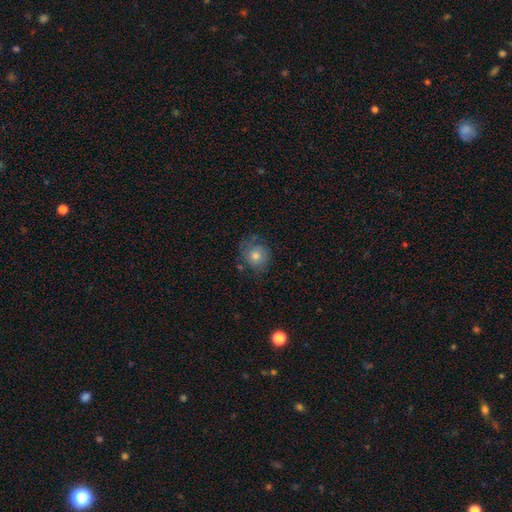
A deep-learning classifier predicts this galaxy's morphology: Smooth or featured? Predicted: smooth (p=0.59). How rounded? Predicted: round (p=0.82). Merging? Predicted: none (p=0.69).